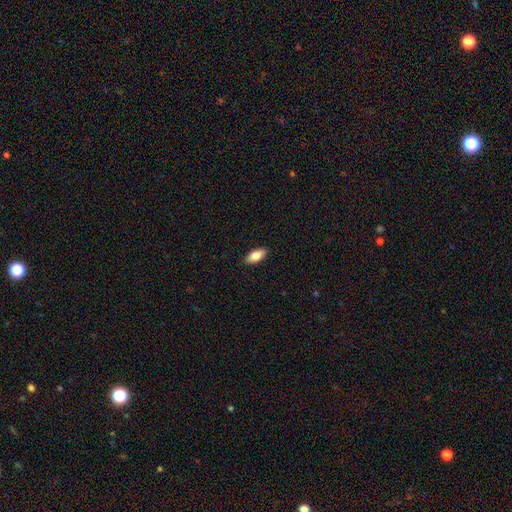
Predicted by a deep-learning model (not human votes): smooth 81%, featured or disk 13%, star or artifact 6%. Down the decision tree: how rounded — in between (88%); merging — none (89%).